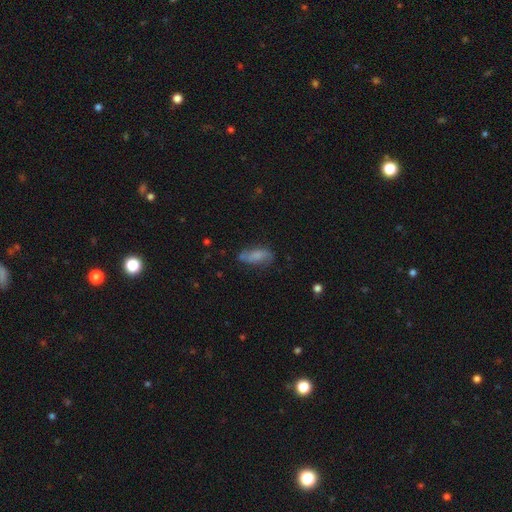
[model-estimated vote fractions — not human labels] A smooth galaxy with no disk features (59%) that is in between round and cigar-shaped (74%).

Vote fractions:
- Smooth or featured? smooth: 59% / featured or disk: 32% / star or artifact: 9%
- How rounded? in between: 74% / cigar-shaped: 23% / round: 3%
- Merging? none: 63% / minor disturbance: 25% / major disturbance: 8% / merger: 3%